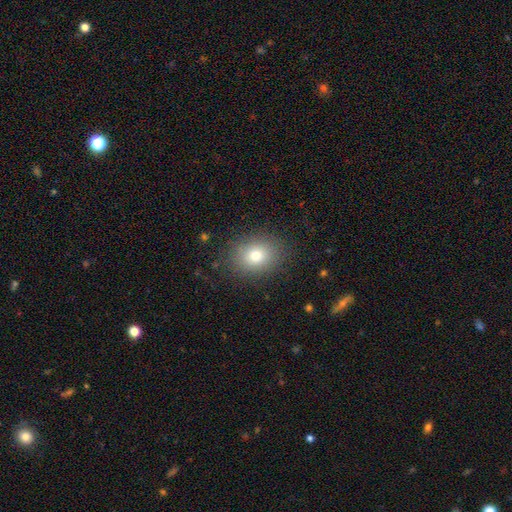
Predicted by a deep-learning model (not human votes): Q: Smooth or featured?
A: smooth (77%); runner-up: star or artifact (12%)
Q: How rounded?
A: in between (60%); runner-up: round (39%)
Q: Merging?
A: none (85%); runner-up: minor disturbance (10%)